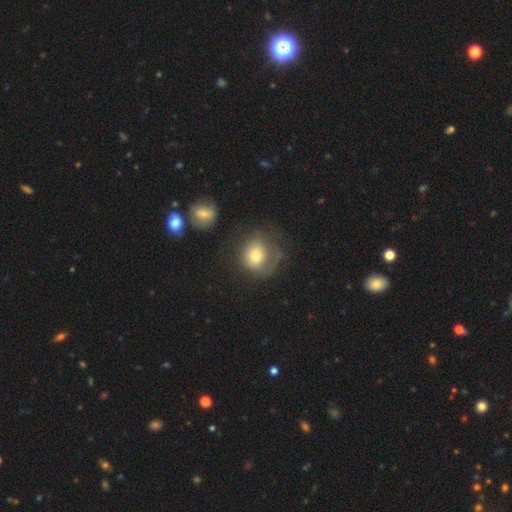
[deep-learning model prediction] Smooth or featured? Predicted: smooth (p=0.67). How rounded? Predicted: round (p=0.73). Merging? Predicted: none (p=0.46).